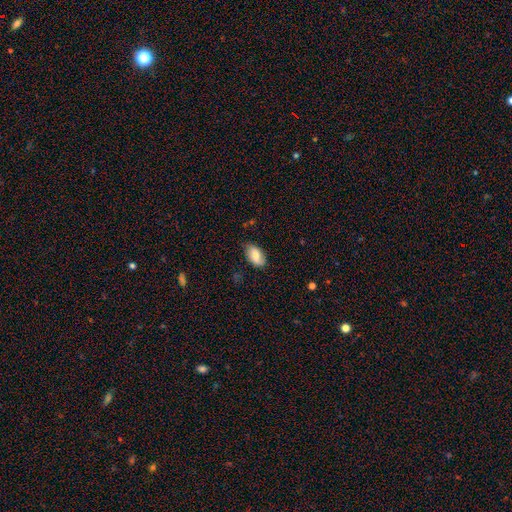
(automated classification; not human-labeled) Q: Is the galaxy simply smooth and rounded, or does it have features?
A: smooth — 73%.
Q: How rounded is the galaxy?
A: in between — 94%.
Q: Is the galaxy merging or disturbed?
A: none — 76%.